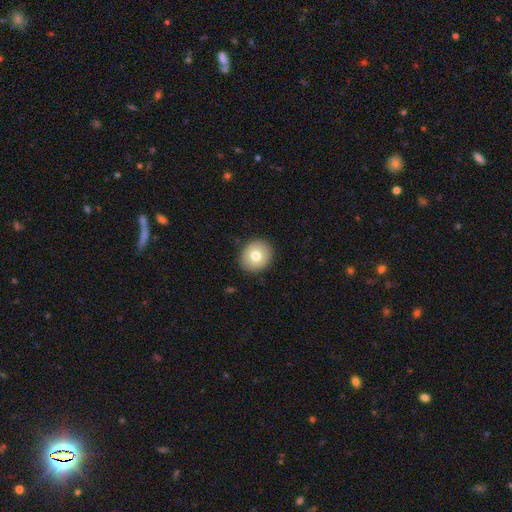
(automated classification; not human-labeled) A smooth galaxy with no disk features (75%) that is round (78%).

Vote fractions:
- Smooth or featured? smooth: 75% / featured or disk: 16% / star or artifact: 9%
- How rounded? round: 78% / in between: 22% / cigar-shaped: 1%
- Merging? none: 90% / minor disturbance: 7% / major disturbance: 2% / merger: 1%